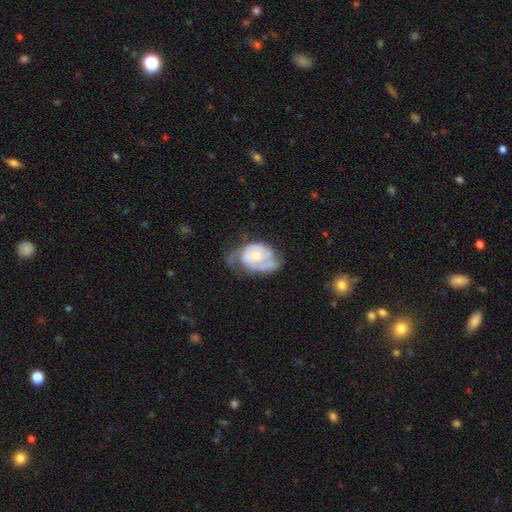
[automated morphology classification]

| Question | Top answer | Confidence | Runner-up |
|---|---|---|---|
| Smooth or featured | featured or disk | 74% | smooth (21%) |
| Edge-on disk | no | 96% | yes (4%) |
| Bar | no | 80% | weak (18%) |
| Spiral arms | yes | 77% | no (23%) |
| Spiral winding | tight | 48% | medium (35%) |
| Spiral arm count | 2 | 43% | can't tell (30%) |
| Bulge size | moderate | 60% | small (34%) |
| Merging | none | 38% | minor disturbance (33%) |